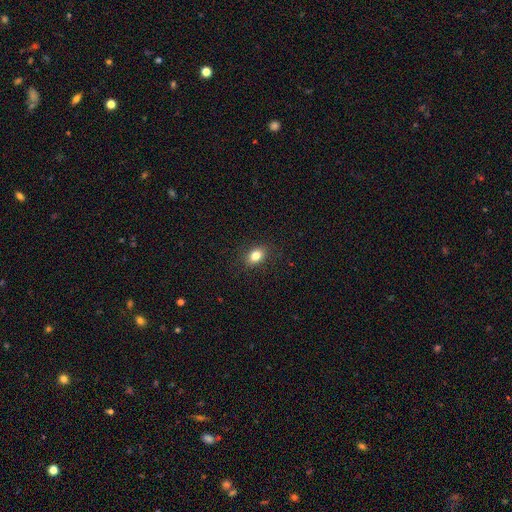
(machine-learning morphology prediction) Q: Smooth or featured?
A: smooth (82%); runner-up: star or artifact (10%)
Q: How rounded?
A: in between (78%); runner-up: round (20%)
Q: Merging?
A: none (88%); runner-up: minor disturbance (9%)